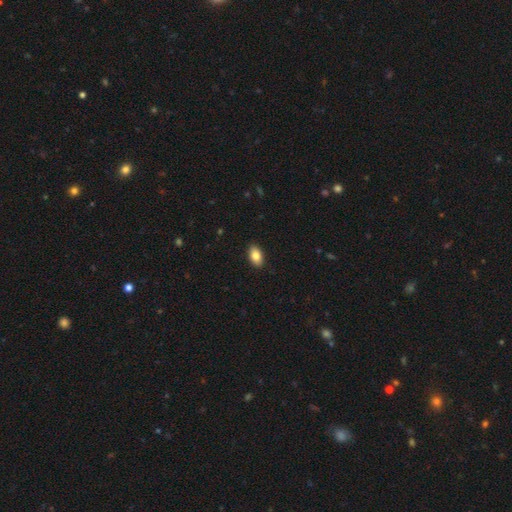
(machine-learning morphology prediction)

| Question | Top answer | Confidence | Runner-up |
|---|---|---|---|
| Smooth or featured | smooth | 83% | featured or disk (9%) |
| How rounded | in between | 92% | round (6%) |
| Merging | none | 90% | minor disturbance (8%) |